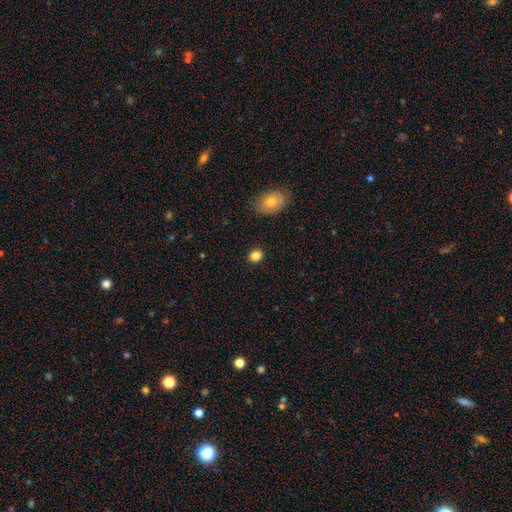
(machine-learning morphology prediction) type=smooth (85%); roundness=round (59%); merging=none (89%).